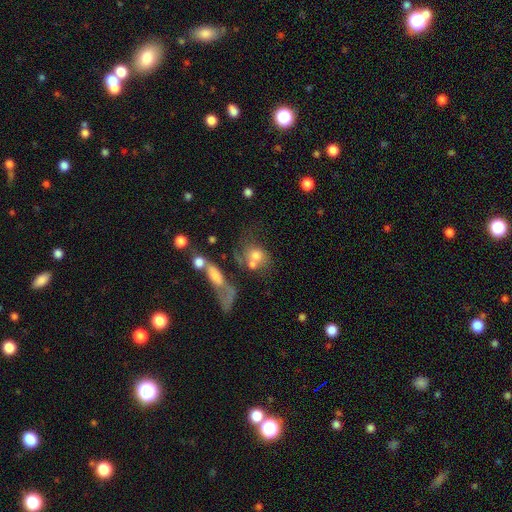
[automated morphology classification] This is possibly a smooth galaxy (59%). How rounded: possibly round (55%). Merging: marginally merger (42%).